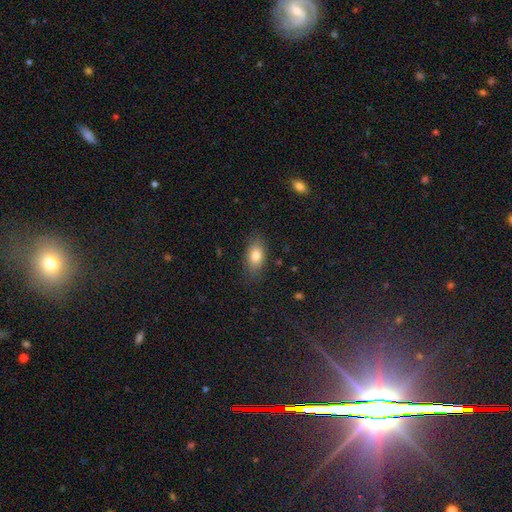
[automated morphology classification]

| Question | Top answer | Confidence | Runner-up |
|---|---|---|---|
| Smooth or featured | smooth | 81% | featured or disk (10%) |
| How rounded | in between | 87% | round (8%) |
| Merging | none | 81% | minor disturbance (14%) |